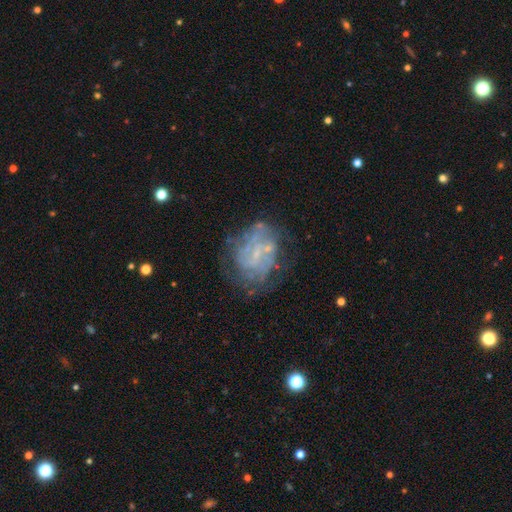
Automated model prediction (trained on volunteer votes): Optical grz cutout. It shows a featured or disk galaxy (68%) with no bar (61%), spiral arms (52%) and a small central bulge (56%). Merging: none (55%).